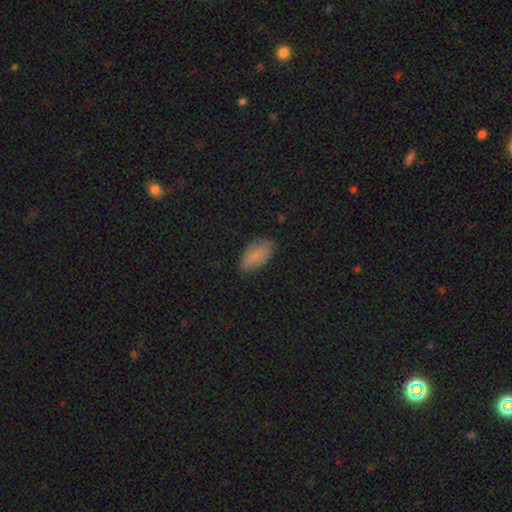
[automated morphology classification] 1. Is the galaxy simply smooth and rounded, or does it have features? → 80% smooth, 12% featured or disk, 8% star or artifact.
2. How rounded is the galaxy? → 93% in between, 4% round, 3% cigar-shaped.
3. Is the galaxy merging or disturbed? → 77% none, 19% minor disturbance, 3% major disturbance, 1% merger.